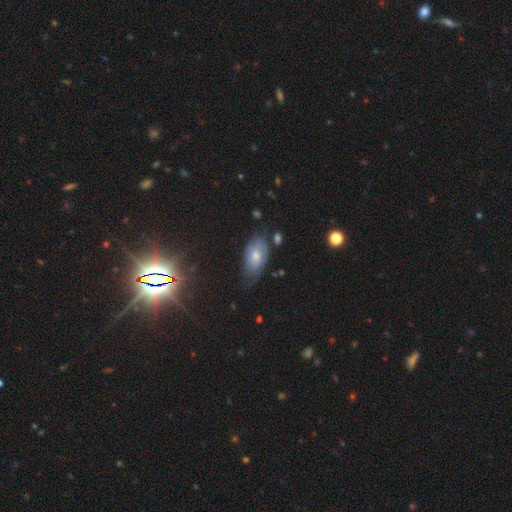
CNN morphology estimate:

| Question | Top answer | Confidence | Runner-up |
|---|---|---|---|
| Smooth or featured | smooth | 57% | featured or disk (33%) |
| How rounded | in between | 92% | round (5%) |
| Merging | none | 49% | minor disturbance (35%) |